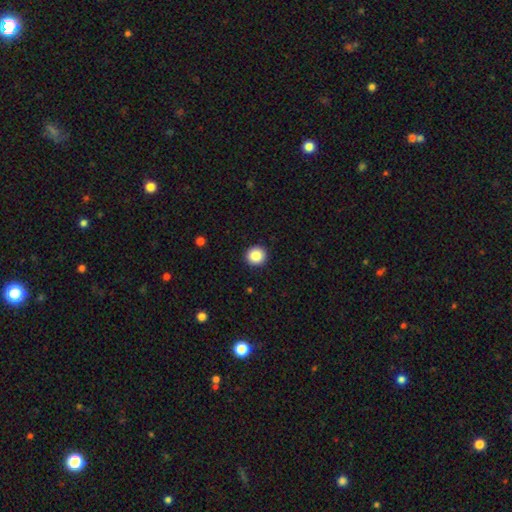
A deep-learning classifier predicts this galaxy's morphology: smooth-or-featured: smooth: 87% | star or artifact: 9% | featured or disk: 4%
  how-rounded: round: 94% | in between: 5% | cigar-shaped: 1%
  merging: none: 93% | minor disturbance: 5% | major disturbance: 2% | merger: 1%